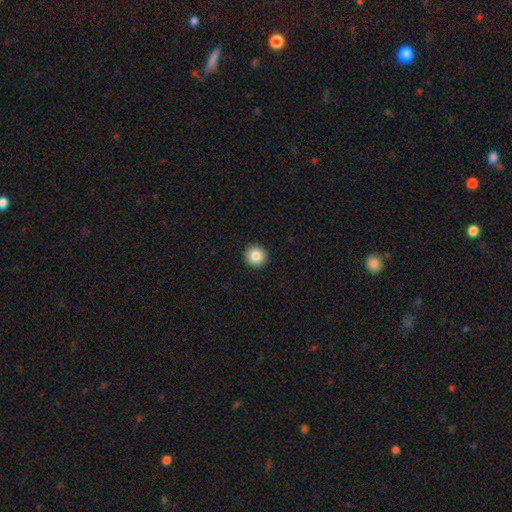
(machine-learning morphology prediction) A smooth galaxy with no disk features (86%) that is round (96%). Merging: none (94%).